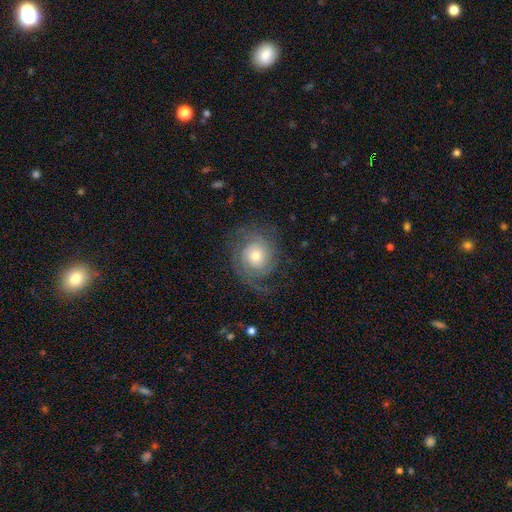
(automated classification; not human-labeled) This appears to be a featured or disk galaxy (76%) with no bar (77%), 2 (53%) tight (49%) spiral arms (94%) and a moderate central bulge (54%). Merging: none (71%).